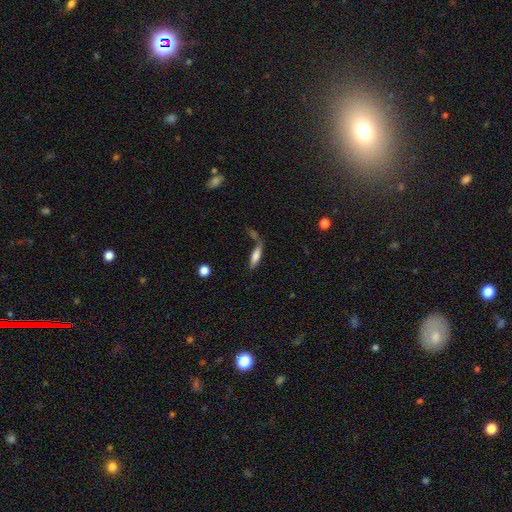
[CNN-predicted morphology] This appears to be a smooth galaxy with no disk features (73%) that is cigar-shaped (53%). Merging: none (47%).